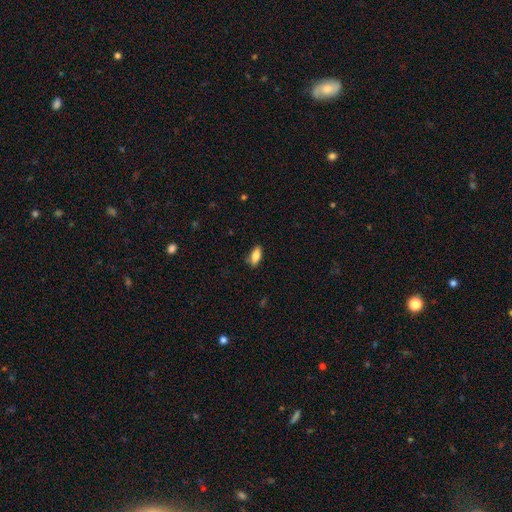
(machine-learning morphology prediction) type=smooth (80%); roundness=in between (79%); merging=none (82%).